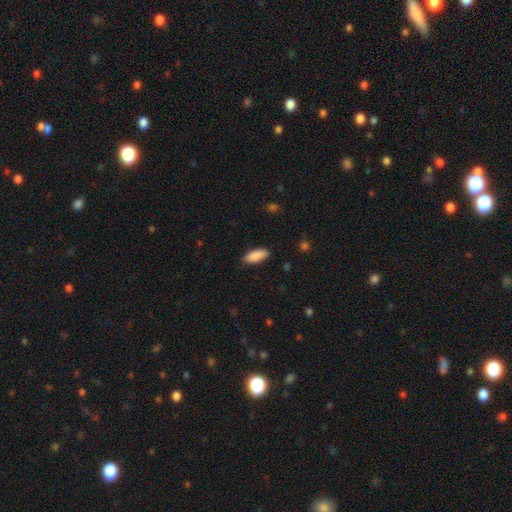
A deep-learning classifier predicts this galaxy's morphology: smooth 89%, star or artifact 6%, featured or disk 5%. Down the decision tree: how rounded — in between (83%); merging — none (87%).